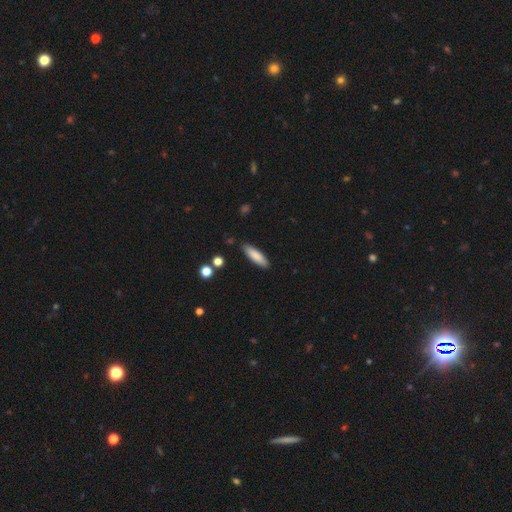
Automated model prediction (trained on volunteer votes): This appears to be a smooth galaxy with no disk features (84%) that is cigar-shaped (62%). Merging: none (87%).